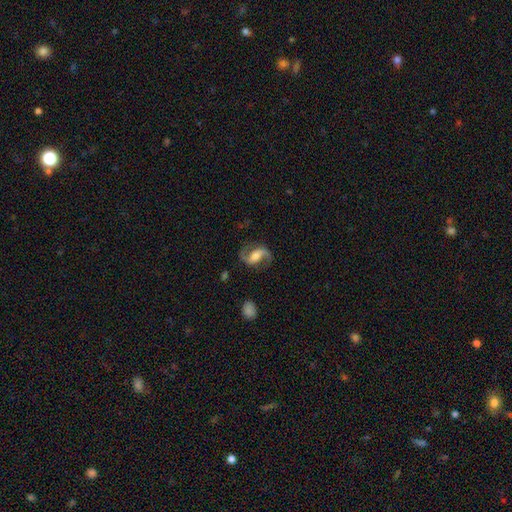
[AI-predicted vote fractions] A featured or disk galaxy (87%) with a weak bar (41%), 2 (93%) medium (46%) spiral arms (97%) and a moderate central bulge (50%).

Vote fractions:
- Smooth or featured? featured or disk: 87% / smooth: 8% / star or artifact: 5%
- Edge-on disk? no: 97% / yes: 3%
- Bar? weak: 41% / strong: 34% / no: 26%
- Spiral arms? yes: 97% / no: 3%
- Spiral winding? medium: 46% / loose: 44% / tight: 9%
- Spiral arm count? 2: 93% / 1: 2% / can't tell: 2% / 3: 1% / 4: 1% / more than 4: 1%
- Bulge size? moderate: 50% / large: 23% / small: 18% / none: 7% / dominant: 2%
- Merging? none: 79% / minor disturbance: 13% / major disturbance: 7% / merger: 2%